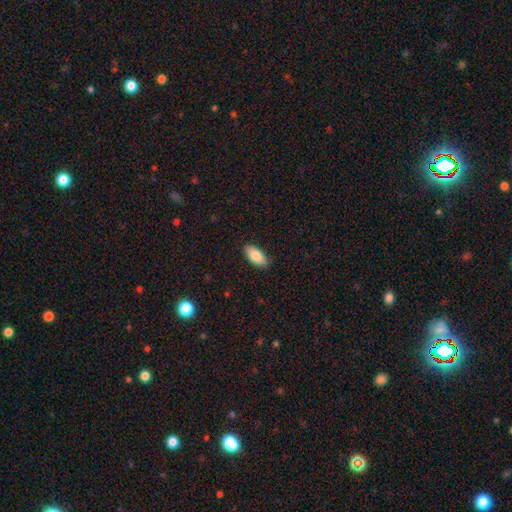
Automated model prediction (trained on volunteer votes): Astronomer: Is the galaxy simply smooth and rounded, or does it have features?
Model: smooth — 82%.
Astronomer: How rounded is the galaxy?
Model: in between — 90%.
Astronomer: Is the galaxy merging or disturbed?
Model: none — 89%.